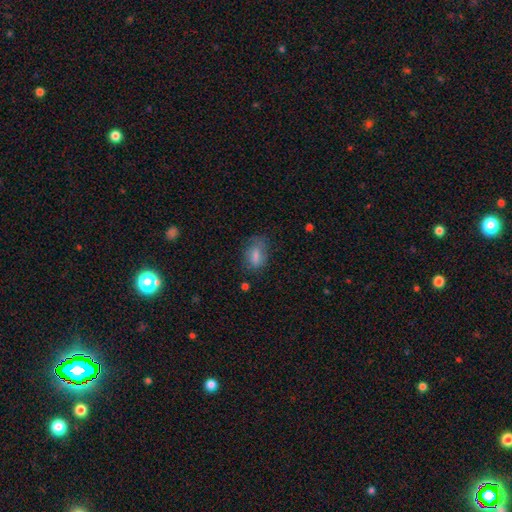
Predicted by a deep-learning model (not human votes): Smooth or featured? smooth (69%)
How rounded? in between (81%)
Merging? none (63%)